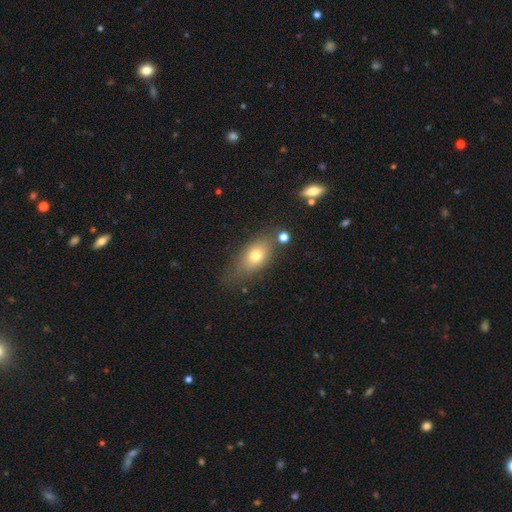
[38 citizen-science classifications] Overall: smooth (68%). How rounded: in between (92%). Merging: none (63%).